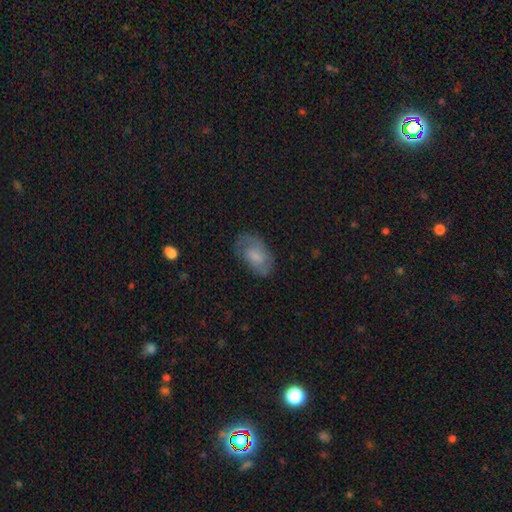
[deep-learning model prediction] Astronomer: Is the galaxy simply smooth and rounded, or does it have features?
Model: smooth — 51% (runner-up: featured or disk, 42%).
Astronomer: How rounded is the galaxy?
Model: in between — 91%.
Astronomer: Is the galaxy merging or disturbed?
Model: none — 69%.